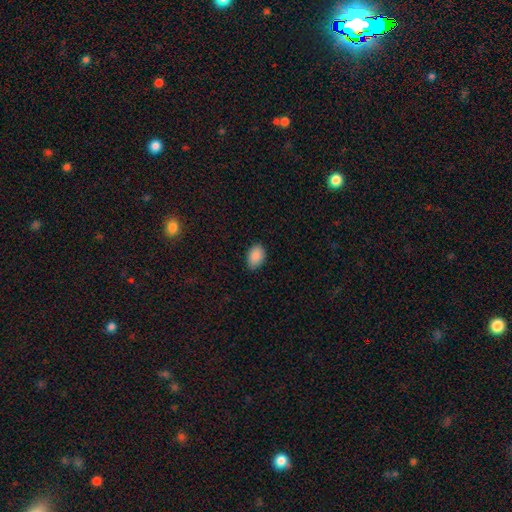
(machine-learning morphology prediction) Overall: smooth (89%). How rounded: in between (83%). Merging: none (81%).